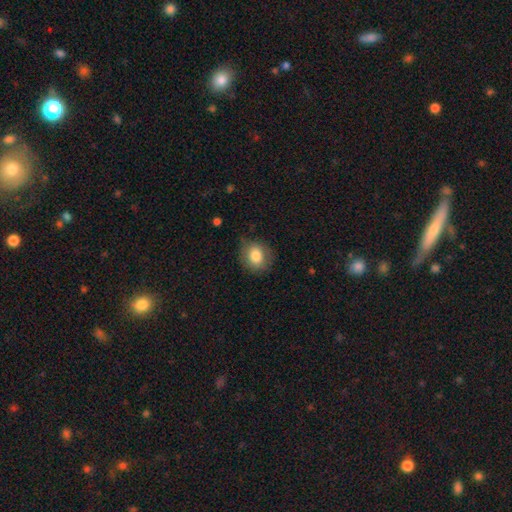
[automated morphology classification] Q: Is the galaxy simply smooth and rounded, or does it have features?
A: smooth — 80%.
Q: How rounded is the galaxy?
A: round — 66%.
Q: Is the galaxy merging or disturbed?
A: none — 77%.